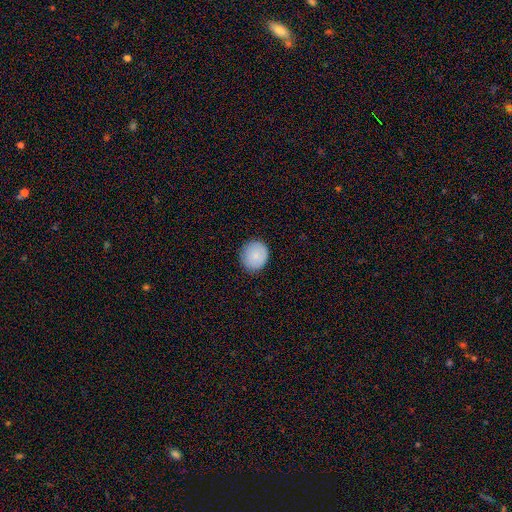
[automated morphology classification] smooth 83%, featured or disk 10%, star or artifact 7%. Down the decision tree: how rounded — round (82%); merging — none (87%).